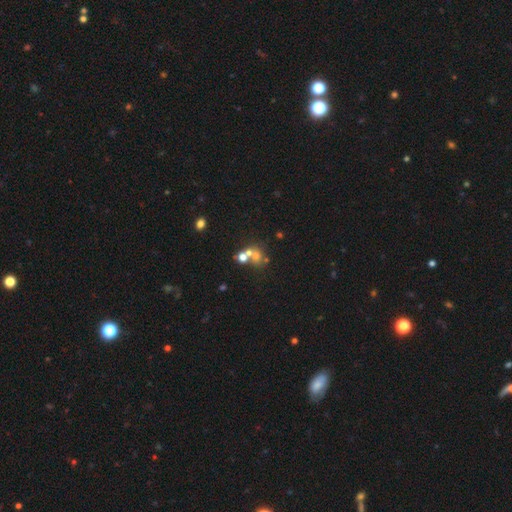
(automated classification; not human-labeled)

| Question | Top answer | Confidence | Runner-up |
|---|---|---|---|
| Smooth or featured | smooth | 52% | star or artifact (25%) |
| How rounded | round | 71% | in between (28%) |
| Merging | merger | 48% | none (37%) |